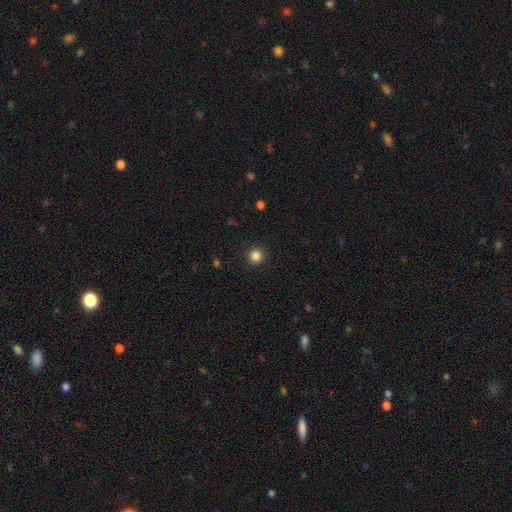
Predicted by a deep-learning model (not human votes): smooth_or_featured: smooth (p=0.85) [alt: star or artifact p=0.12]
how_rounded: round (p=0.93) [alt: in between p=0.06]
merging: none (p=0.92) [alt: minor disturbance p=0.05]